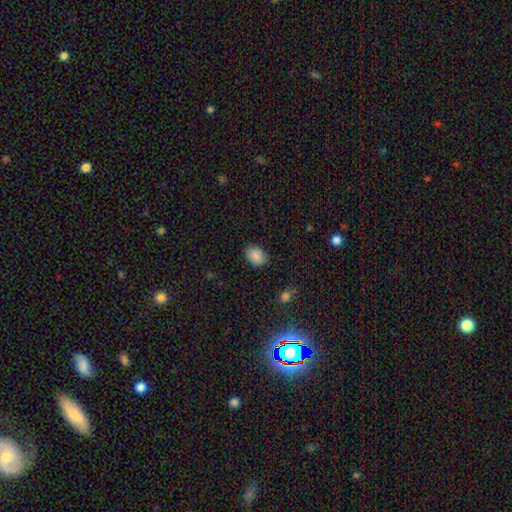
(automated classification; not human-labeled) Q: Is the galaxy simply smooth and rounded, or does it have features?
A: smooth — 87%.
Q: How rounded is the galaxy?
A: in between — 73%.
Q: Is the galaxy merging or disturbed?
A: none — 86%.